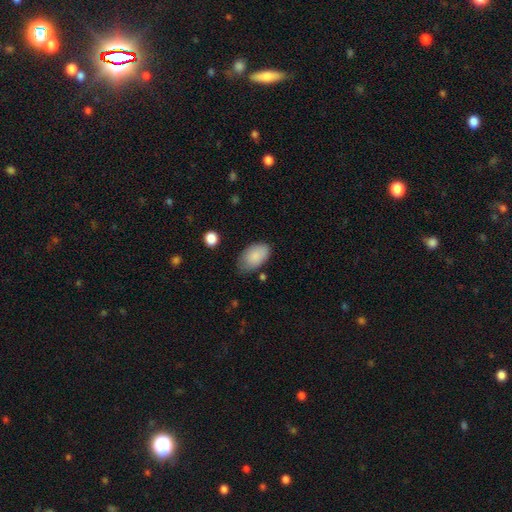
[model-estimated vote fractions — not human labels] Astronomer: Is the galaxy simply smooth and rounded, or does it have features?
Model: smooth — 86%.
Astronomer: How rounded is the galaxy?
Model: in between — 93%.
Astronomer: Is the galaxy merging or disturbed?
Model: none — 67%.